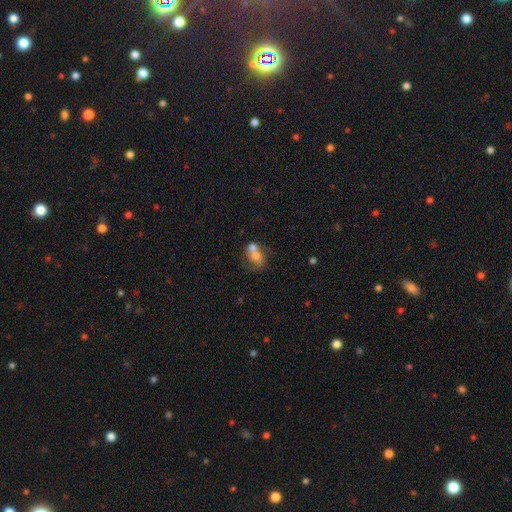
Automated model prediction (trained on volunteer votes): smooth_or_featured: smooth (p=0.59) [alt: featured or disk p=0.31]
how_rounded: round (p=0.51) [alt: in between p=0.48]
merging: merger (p=0.58) [alt: none p=0.25]